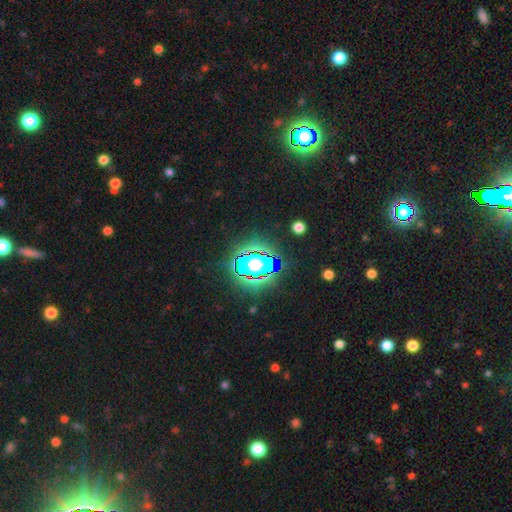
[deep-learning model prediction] Smooth or featured: star or artifact — 82% (smooth — 11%)